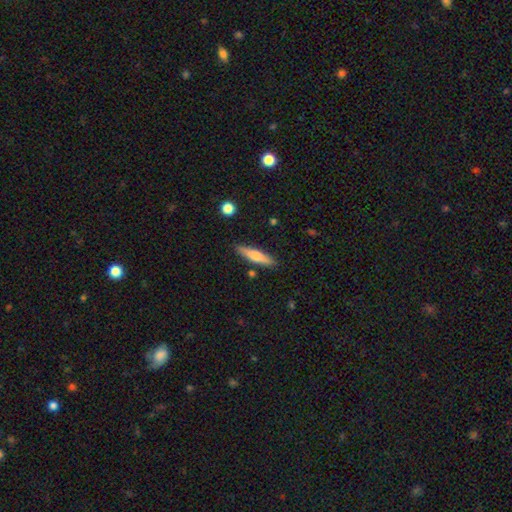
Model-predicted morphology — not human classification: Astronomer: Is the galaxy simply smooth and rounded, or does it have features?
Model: smooth — 58% (runner-up: featured or disk, 36%).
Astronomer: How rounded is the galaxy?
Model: cigar-shaped — 79%.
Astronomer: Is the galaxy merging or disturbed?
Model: none — 85%.